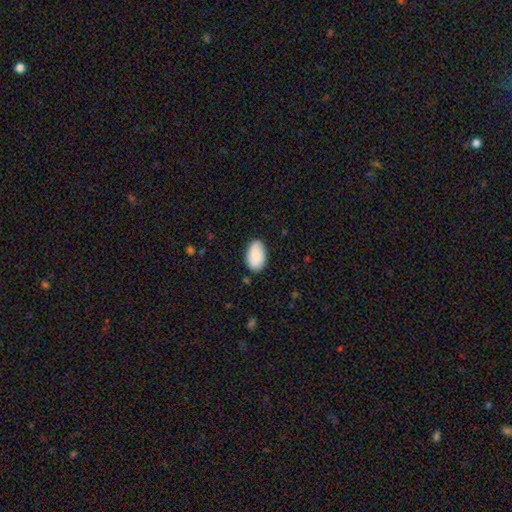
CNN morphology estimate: smooth-or-featured: smooth: 83% | featured or disk: 10% | star or artifact: 6%
  how-rounded: in between: 93% | round: 6% | cigar-shaped: 1%
  merging: none: 83% | minor disturbance: 13% | major disturbance: 3% | merger: 1%